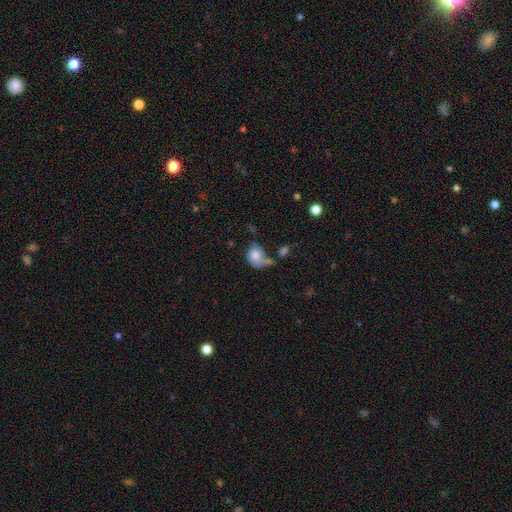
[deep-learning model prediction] A smooth galaxy with no disk features (72%) that is in between round and cigar-shaped (52%). Merging: none (33%).